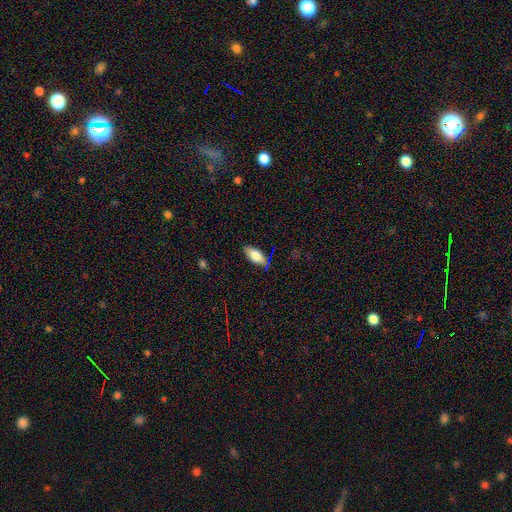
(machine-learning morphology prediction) A smooth galaxy with no disk features (75%) that is in between round and cigar-shaped (86%).

Vote fractions:
- Smooth or featured? smooth: 75% / featured or disk: 17% / star or artifact: 7%
- How rounded? in between: 86% / cigar-shaped: 11% / round: 3%
- Merging? none: 80% / minor disturbance: 15% / major disturbance: 3% / merger: 2%